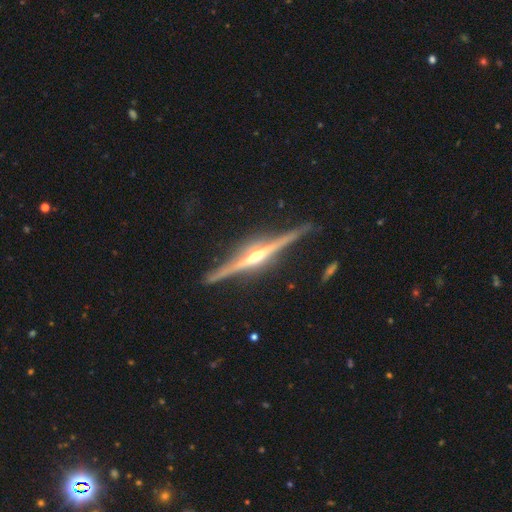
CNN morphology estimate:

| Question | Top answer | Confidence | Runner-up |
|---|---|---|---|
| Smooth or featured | featured or disk | 88% | smooth (7%) |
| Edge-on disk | yes | 98% | no (2%) |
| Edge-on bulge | rounded | 88% | boxy (6%) |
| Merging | none | 86% | minor disturbance (10%) |